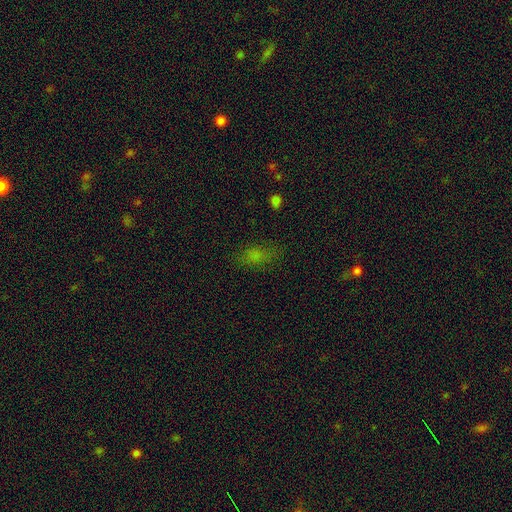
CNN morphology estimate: smooth 71%, star or artifact 19%, featured or disk 10%. Down the decision tree: how rounded — in between (81%); merging — none (71%).